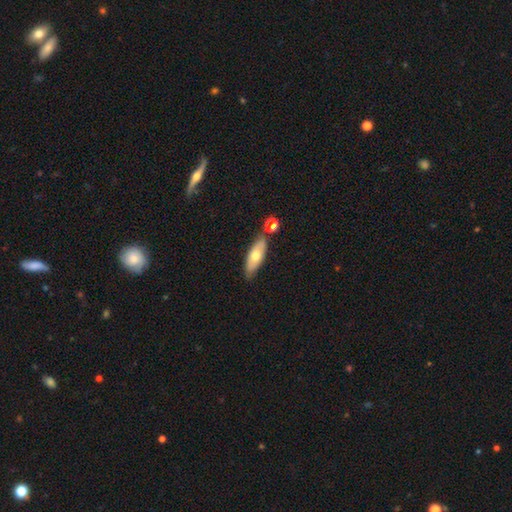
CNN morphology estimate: A smooth galaxy with no disk features (60%) that is in between round and cigar-shaped (62%).

Vote fractions:
- Smooth or featured? smooth: 60% / featured or disk: 34% / star or artifact: 6%
- How rounded? in between: 62% / cigar-shaped: 35% / round: 3%
- Merging? none: 71% / minor disturbance: 15% / merger: 11% / major disturbance: 3%